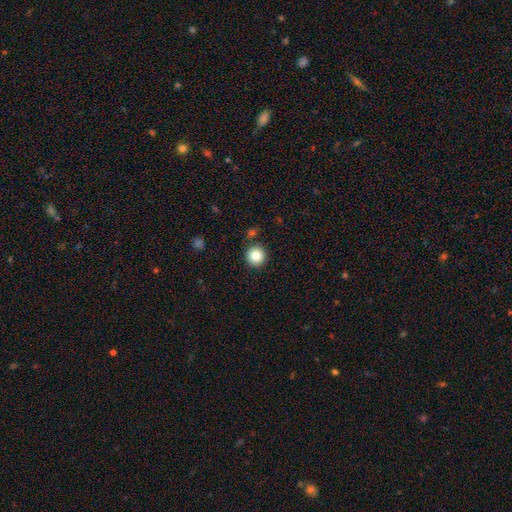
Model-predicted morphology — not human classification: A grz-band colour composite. It shows a smooth galaxy with no disk features (84%) that is round (95%). Merging: none (88%).